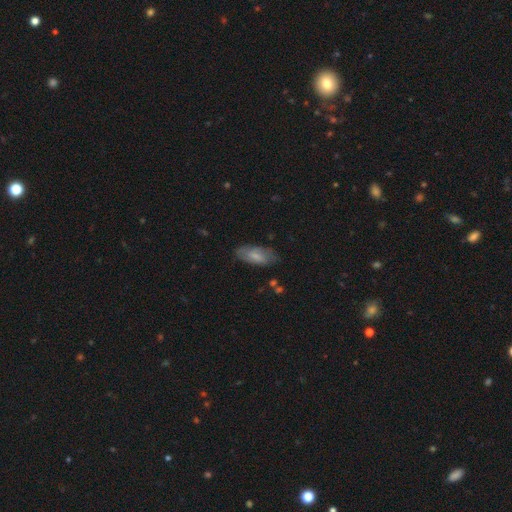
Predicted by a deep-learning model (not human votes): This appears to be a smooth galaxy with no disk features (64%) that is in between round and cigar-shaped (83%). Merging: none (71%).